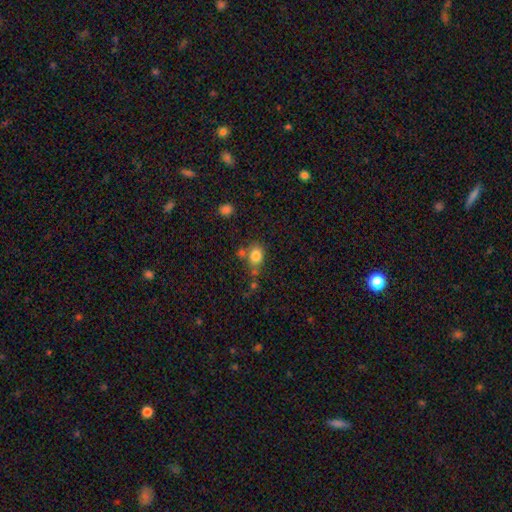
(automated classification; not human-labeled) The model was most divided on "how rounded": round: 51%, in between: 48%, cigar-shaped: 1%. More confident: smooth or featured — smooth (82%); merging — none (53%).